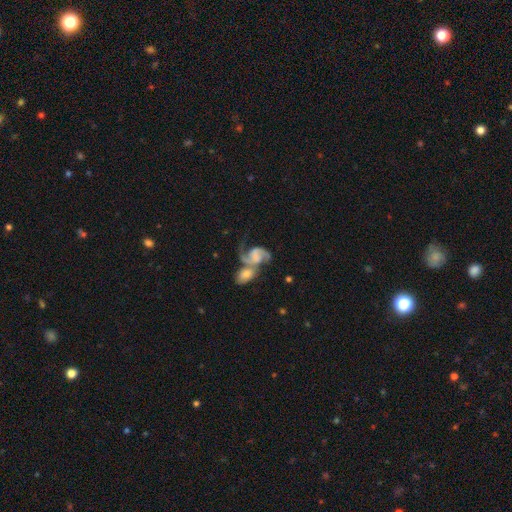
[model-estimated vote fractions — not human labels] Smooth or featured?
  - featured or disk: 82% *
  - smooth: 11%
  - star or artifact: 6%
Edge-on disk?
  - no: 98% *
  - yes: 2%
Bar?
  - no: 52% *
  - weak: 37%
  - strong: 11%
Spiral arms?
  - yes: 95% *
  - no: 5%
Spiral winding?
  - medium: 45% *
  - loose: 43%
  - tight: 12%
Spiral arm count?
  - 2: 87% *
  - 1: 6%
  - can't tell: 3%
  - 3: 2%
  - 4: 1%
  - more than 4: 1%
Bulge size?
  - none: 44% *
  - small: 29%
  - moderate: 17%
  - large: 8%
  - dominant: 2%
Merging?
  - merger: 57% *
  - none: 22%
  - major disturbance: 12%
  - minor disturbance: 10%